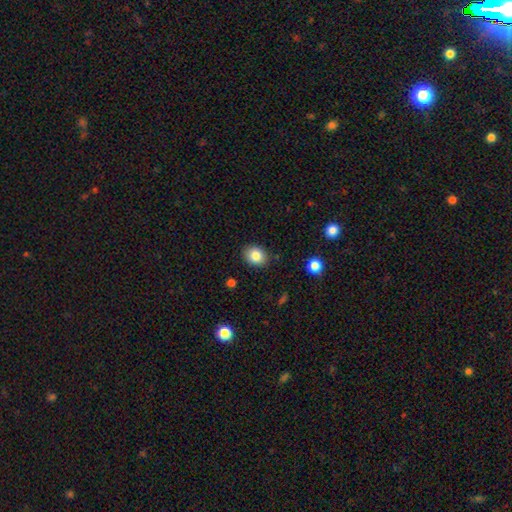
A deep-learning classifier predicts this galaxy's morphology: A smooth galaxy with no disk features (84%) that is in between round and cigar-shaped (50%). Merging: none (87%).